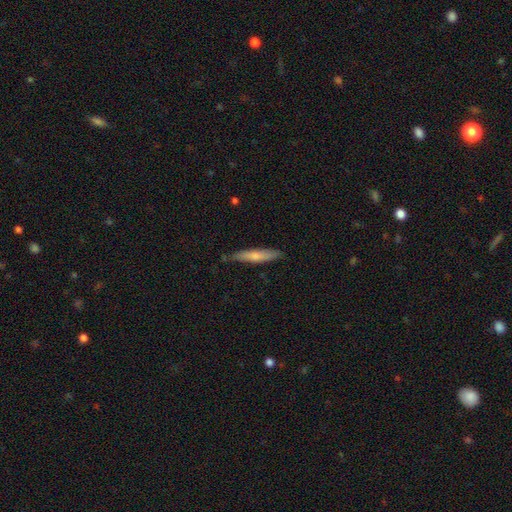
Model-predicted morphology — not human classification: This appears to be a smooth galaxy with no disk features (64%) that is cigar-shaped (90%). Merging: none (82%).